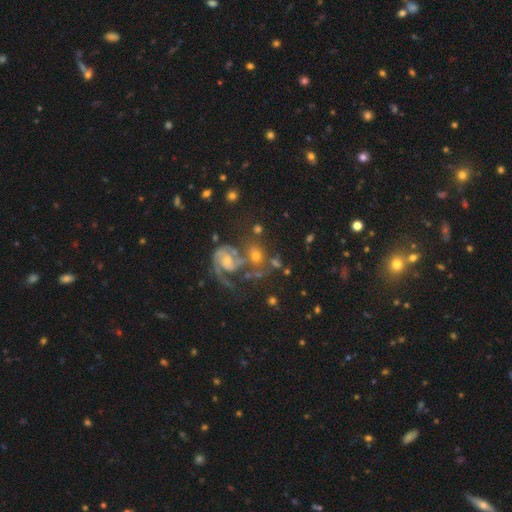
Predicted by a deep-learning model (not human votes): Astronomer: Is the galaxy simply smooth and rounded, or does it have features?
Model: featured or disk — 64%.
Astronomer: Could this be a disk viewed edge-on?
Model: no — 97%.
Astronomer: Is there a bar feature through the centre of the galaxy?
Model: no — 60%.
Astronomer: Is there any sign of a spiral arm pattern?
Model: yes — 89%.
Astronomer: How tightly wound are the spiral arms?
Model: medium — 47% (runner-up: tight, 35%).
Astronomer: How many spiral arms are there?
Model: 2 — 53%.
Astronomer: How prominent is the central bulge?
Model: small — 46% (runner-up: moderate, 38%).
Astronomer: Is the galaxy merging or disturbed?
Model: none — 37% (runner-up: merger, 33%).